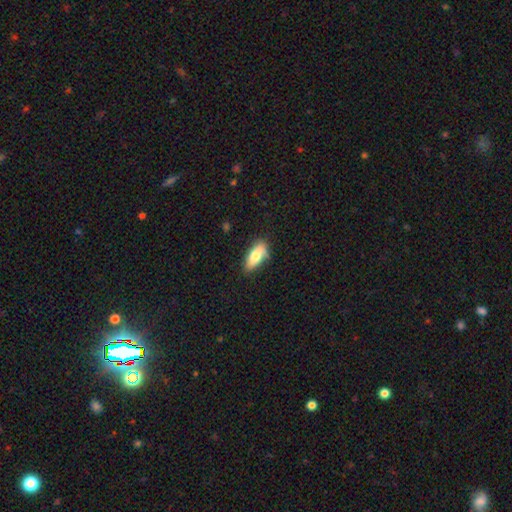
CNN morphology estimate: A smooth galaxy with no disk features (75%) that is in between round and cigar-shaped (81%).

Vote fractions:
- Smooth or featured? smooth: 75% / featured or disk: 18% / star or artifact: 7%
- How rounded? in between: 81% / cigar-shaped: 16% / round: 3%
- Merging? none: 68% / minor disturbance: 25% / major disturbance: 5% / merger: 2%